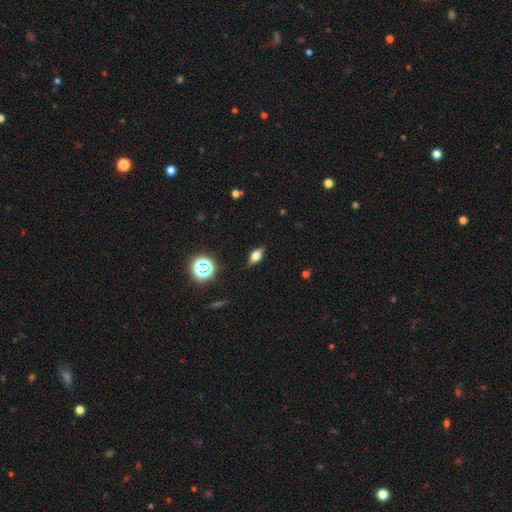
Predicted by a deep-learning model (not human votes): Q: Smooth or featured?
A: smooth (63%); runner-up: featured or disk (22%)
Q: How rounded?
A: in between (77%); runner-up: cigar-shaped (13%)
Q: Merging?
A: none (85%); runner-up: minor disturbance (11%)